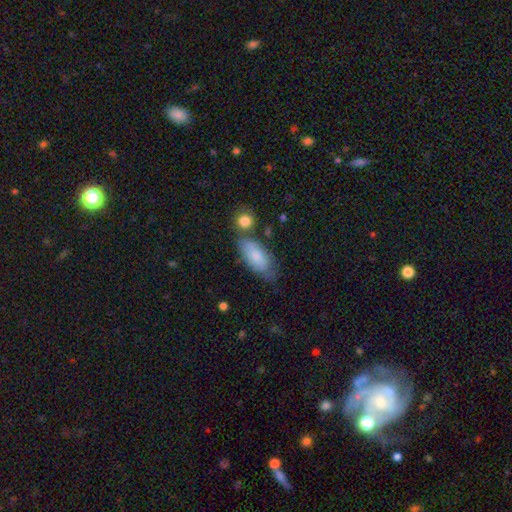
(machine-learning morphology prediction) The model was most divided on "merging": none: 58%, minor disturbance: 24%, merger: 12%, major disturbance: 7%. More confident: how rounded — in between (87%); smooth or featured — smooth (78%).